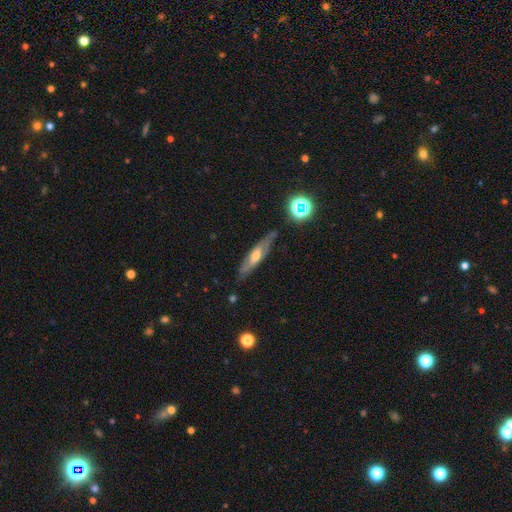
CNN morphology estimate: A featured or disk galaxy (59%) viewed edge-on (61%). Merging: none (77%).